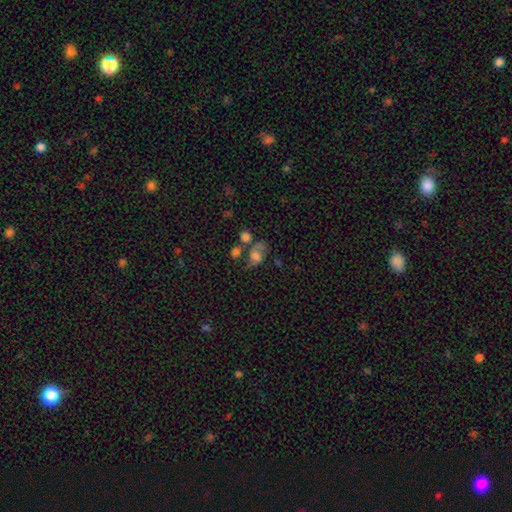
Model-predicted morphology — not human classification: Smooth or featured?
  - smooth: 54% *
  - featured or disk: 33%
  - star or artifact: 13%
How rounded?
  - in between: 69% *
  - round: 29%
  - cigar-shaped: 2%
Merging?
  - none: 39% *
  - merger: 23%
  - minor disturbance: 21%
  - major disturbance: 16%